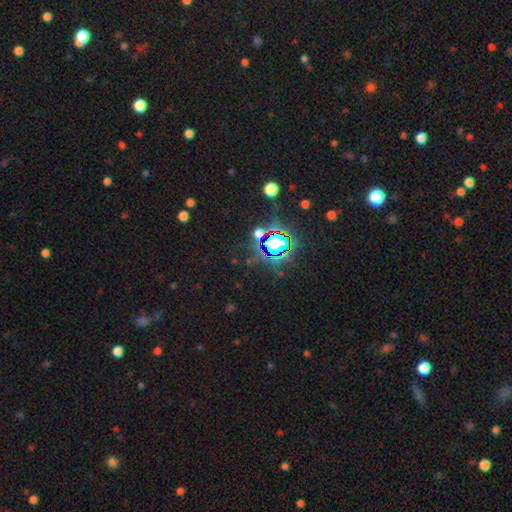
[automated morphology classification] smooth_or_featured: star or artifact (p=0.83) [alt: smooth p=0.10]